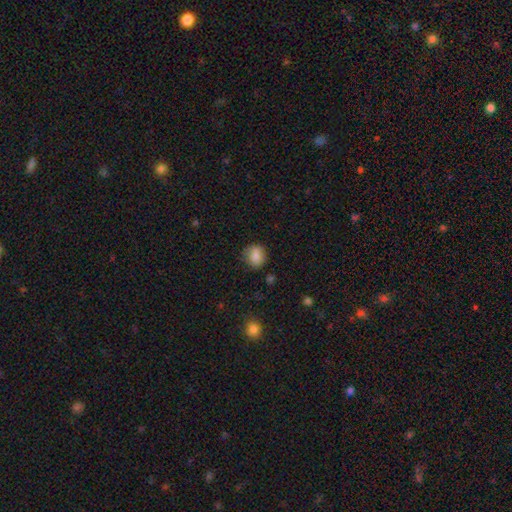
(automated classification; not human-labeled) Smooth or featured?
  - smooth: 84% *
  - star or artifact: 9%
  - featured or disk: 7%
How rounded?
  - round: 72% *
  - in between: 27%
  - cigar-shaped: 1%
Merging?
  - none: 80% *
  - minor disturbance: 15%
  - major disturbance: 4%
  - merger: 2%